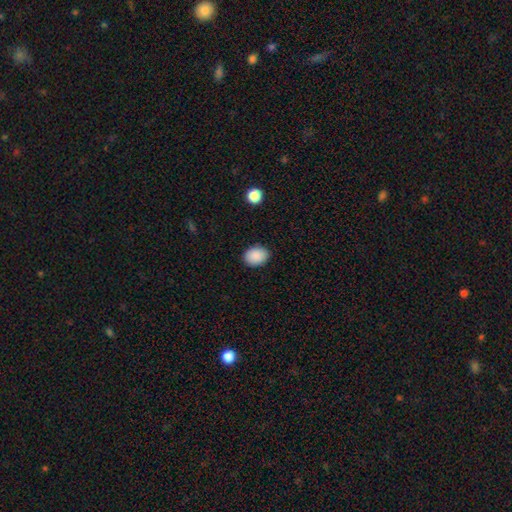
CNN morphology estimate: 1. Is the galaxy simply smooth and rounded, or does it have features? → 89% smooth, 8% star or artifact, 3% featured or disk.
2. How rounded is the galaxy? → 58% in between, 41% round, 1% cigar-shaped.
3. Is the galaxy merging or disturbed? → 89% none, 8% minor disturbance, 2% major disturbance, 1% merger.